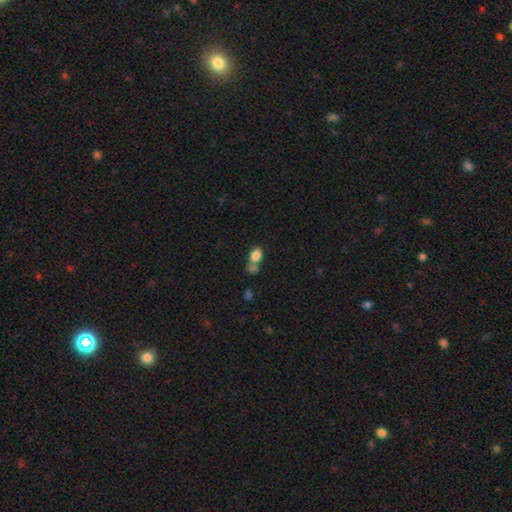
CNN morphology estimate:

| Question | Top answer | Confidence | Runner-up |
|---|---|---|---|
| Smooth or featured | smooth | 82% | star or artifact (10%) |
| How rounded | in between | 69% | round (29%) |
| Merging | merger | 43% | none (39%) |